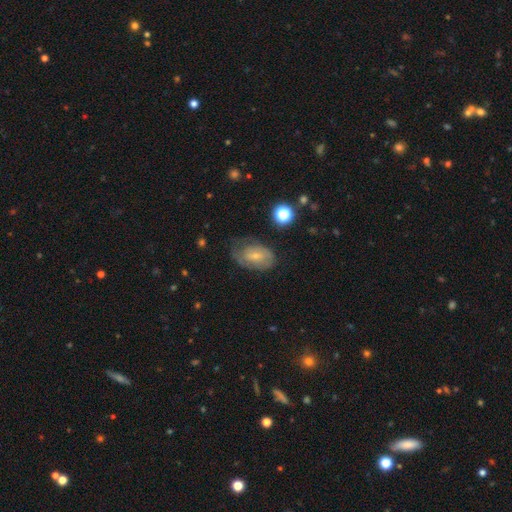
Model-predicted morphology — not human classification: A featured or disk galaxy (48%).

Vote fractions:
- Smooth or featured? featured or disk: 48% / smooth: 43% / star or artifact: 9%
- Merging? none: 48% / minor disturbance: 31% / major disturbance: 19% / merger: 2%